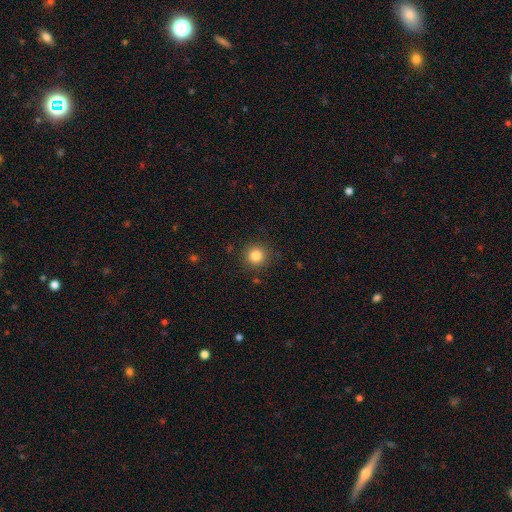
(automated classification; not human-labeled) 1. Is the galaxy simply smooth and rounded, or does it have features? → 83% smooth, 12% star or artifact, 5% featured or disk.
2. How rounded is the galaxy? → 94% round, 5% in between, 1% cigar-shaped.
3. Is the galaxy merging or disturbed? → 89% none, 7% minor disturbance, 2% major disturbance, 1% merger.